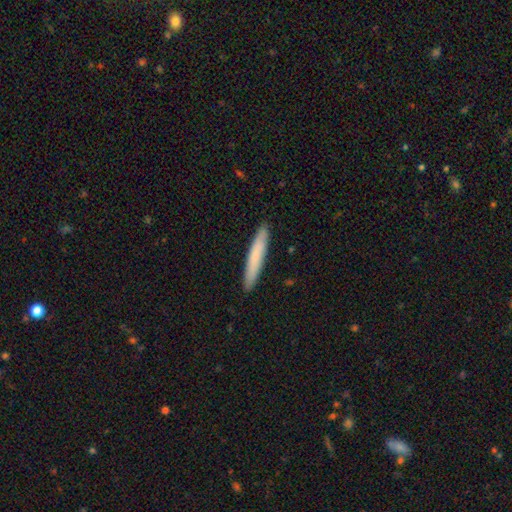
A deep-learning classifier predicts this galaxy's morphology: type=smooth (73%); roundness=cigar-shaped (95%); merging=none (91%).